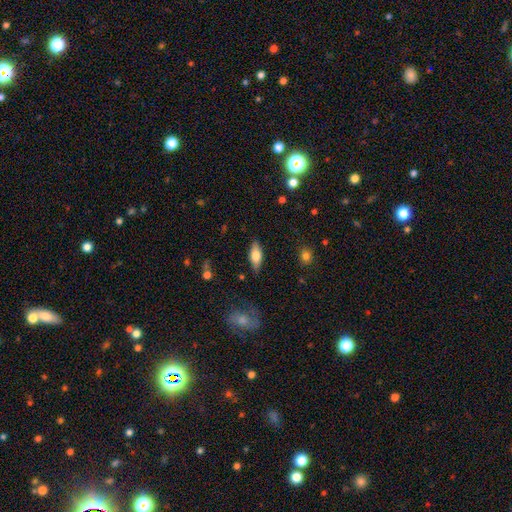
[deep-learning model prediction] Smooth or featured?
  - smooth: 67% *
  - featured or disk: 27%
  - star or artifact: 7%
How rounded?
  - in between: 75% *
  - cigar-shaped: 22%
  - round: 3%
Merging?
  - none: 84% *
  - minor disturbance: 12%
  - major disturbance: 3%
  - merger: 2%